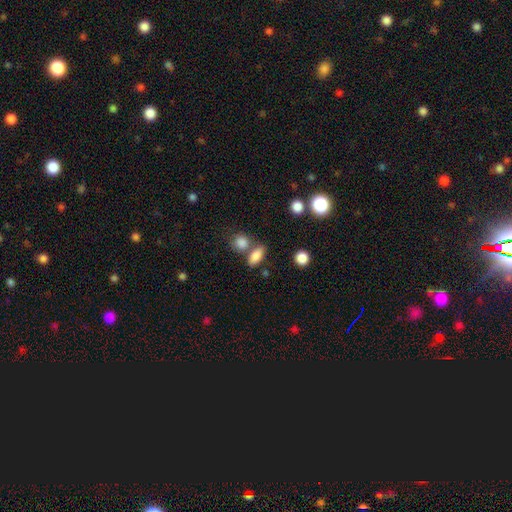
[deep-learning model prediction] This appears to be a smooth galaxy with no disk features (83%) that is in between round and cigar-shaped (77%). Merging: none (59%).